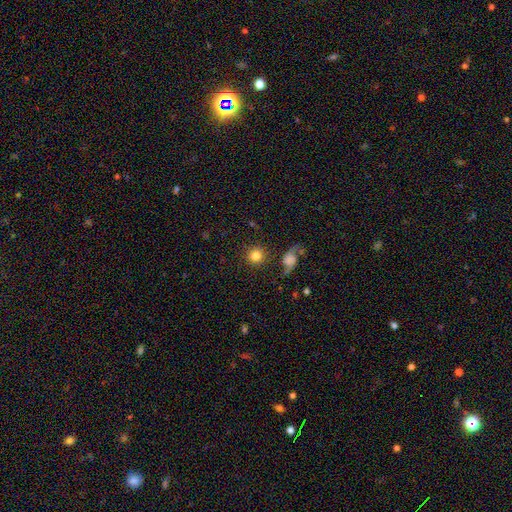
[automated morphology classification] Q: Smooth or featured?
A: smooth (81%); runner-up: star or artifact (10%)
Q: How rounded?
A: round (93%); runner-up: in between (6%)
Q: Merging?
A: none (84%); runner-up: minor disturbance (8%)